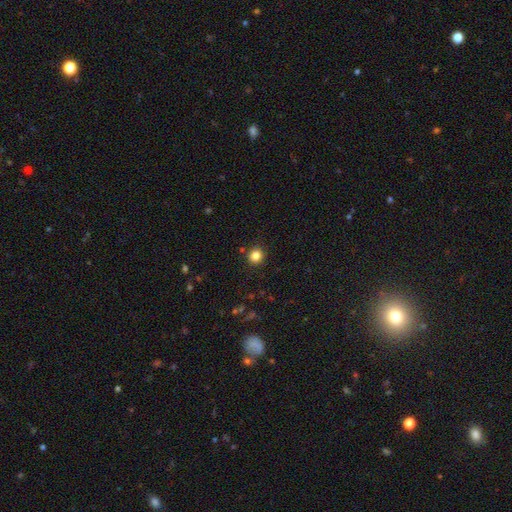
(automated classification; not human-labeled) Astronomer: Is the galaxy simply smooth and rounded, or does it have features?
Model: smooth — 83%.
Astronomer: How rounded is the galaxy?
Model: round — 92%.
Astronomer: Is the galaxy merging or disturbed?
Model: none — 90%.